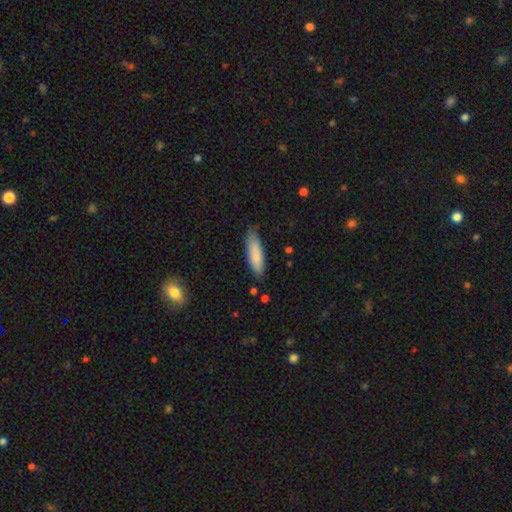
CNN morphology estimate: A smooth galaxy with no disk features (83%) that is cigar-shaped (58%).

Vote fractions:
- Smooth or featured? smooth: 83% / featured or disk: 11% / star or artifact: 6%
- How rounded? cigar-shaped: 58% / in between: 41% / round: 1%
- Merging? none: 78% / minor disturbance: 17% / major disturbance: 3% / merger: 2%